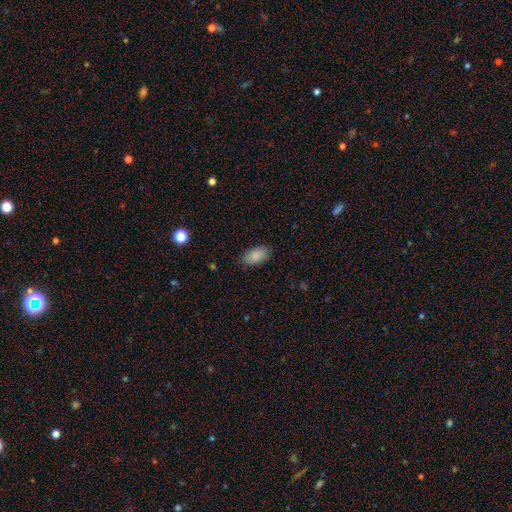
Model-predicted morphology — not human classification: A smooth galaxy with no disk features (88%) that is in between round and cigar-shaped (94%).

Vote fractions:
- Smooth or featured? smooth: 88% / star or artifact: 7% / featured or disk: 5%
- How rounded? in between: 94% / cigar-shaped: 3% / round: 3%
- Merging? none: 86% / minor disturbance: 11% / major disturbance: 2% / merger: 1%